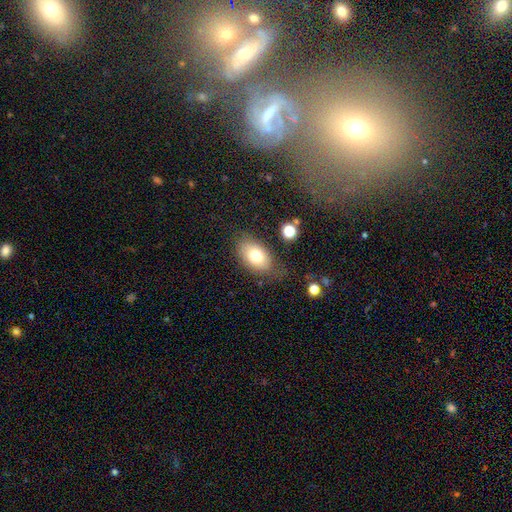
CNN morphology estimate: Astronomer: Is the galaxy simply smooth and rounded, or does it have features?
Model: smooth — 75%.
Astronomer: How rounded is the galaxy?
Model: in between — 88%.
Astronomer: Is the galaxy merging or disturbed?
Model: none — 70%.